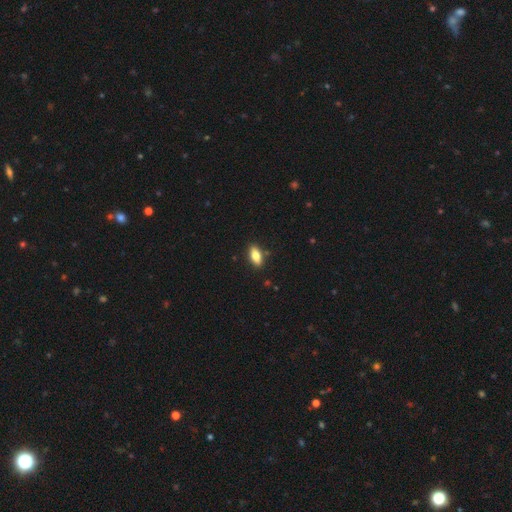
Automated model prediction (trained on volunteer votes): This appears to be a smooth galaxy with no disk features (79%) that is in between round and cigar-shaped (85%). Merging: none (87%).